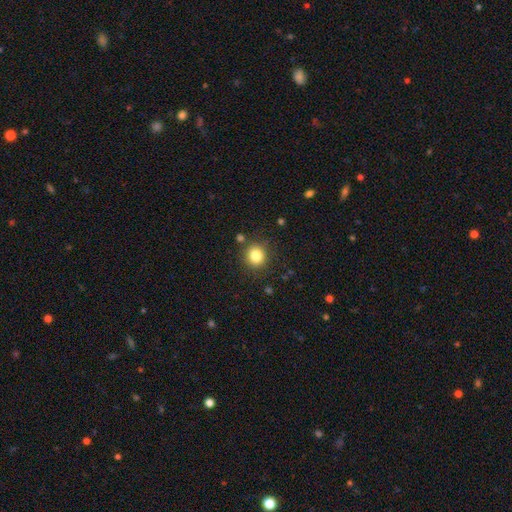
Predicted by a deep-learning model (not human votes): smooth-or-featured: smooth: 82% | star or artifact: 12% | featured or disk: 6%
  how-rounded: round: 90% | in between: 10% | cigar-shaped: 1%
  merging: none: 85% | minor disturbance: 9% | merger: 4% | major disturbance: 3%